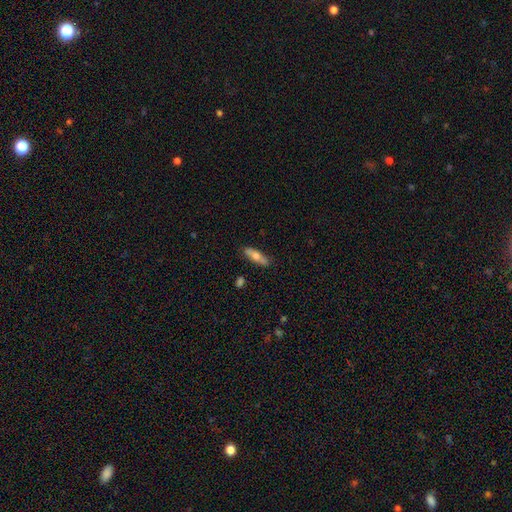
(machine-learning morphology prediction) Q: Smooth or featured?
A: smooth (62%); runner-up: featured or disk (32%)
Q: How rounded?
A: cigar-shaped (54%); runner-up: in between (43%)
Q: Merging?
A: none (84%); runner-up: minor disturbance (12%)